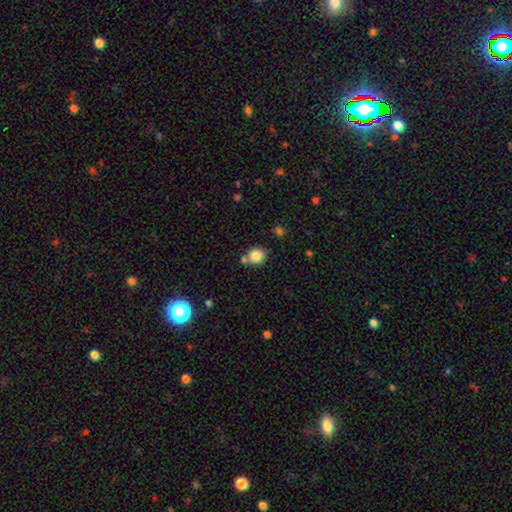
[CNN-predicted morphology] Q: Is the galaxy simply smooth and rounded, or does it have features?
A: smooth — 84%.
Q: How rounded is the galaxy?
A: round — 81%.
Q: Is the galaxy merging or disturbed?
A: none — 67%.